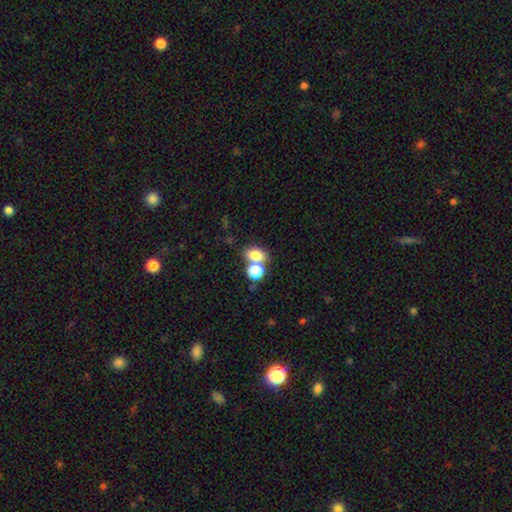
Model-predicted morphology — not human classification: Overall: smooth (78%). How rounded: in between (67%; round 31%). Merging: merger (44%; none 43%).